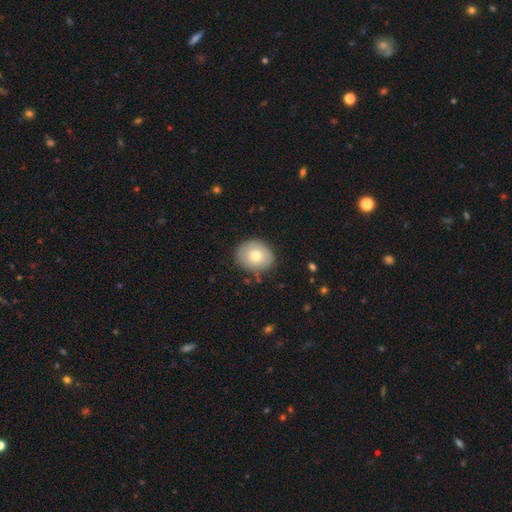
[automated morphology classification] The model was most divided on "how rounded": round: 58%, in between: 41%, cigar-shaped: 1%. More confident: merging — none (81%); smooth or featured — smooth (74%).